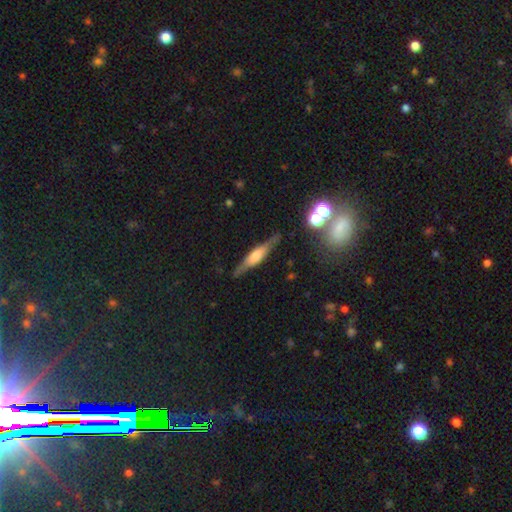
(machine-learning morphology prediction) featured or disk 63%, smooth 29%, star or artifact 7%. Down the decision tree: edge-on disk — yes (93%); edge-on bulge — rounded (55%); merging — none (82%).